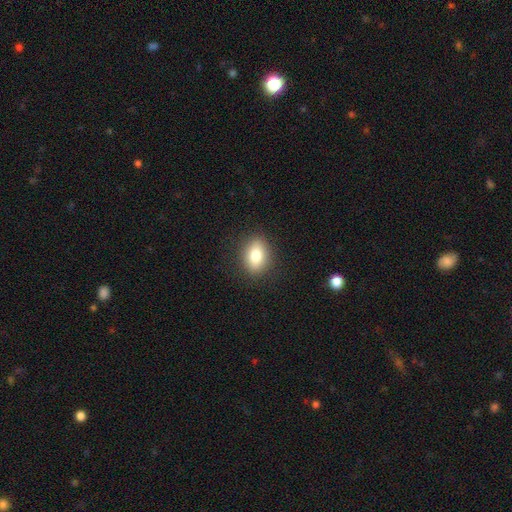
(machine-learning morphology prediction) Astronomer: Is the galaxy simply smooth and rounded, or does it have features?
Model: smooth — 79%.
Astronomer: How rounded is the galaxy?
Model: in between — 70%.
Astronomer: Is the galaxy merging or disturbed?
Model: none — 88%.